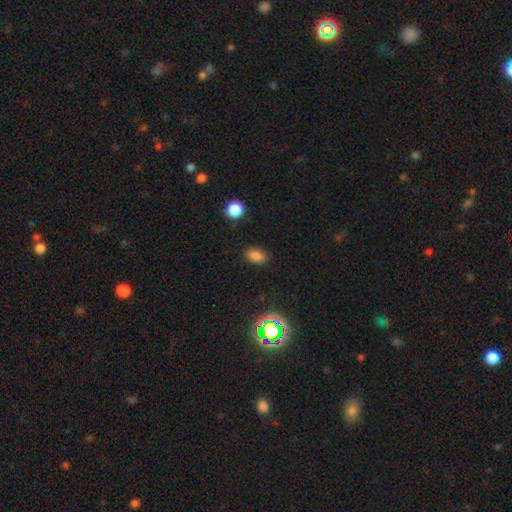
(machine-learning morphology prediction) A smooth galaxy with no disk features (81%) that is in between round and cigar-shaped (83%).

Vote fractions:
- Smooth or featured? smooth: 81% / star or artifact: 15% / featured or disk: 4%
- How rounded? in between: 83% / round: 16% / cigar-shaped: 2%
- Merging? none: 86% / minor disturbance: 10% / major disturbance: 3% / merger: 1%